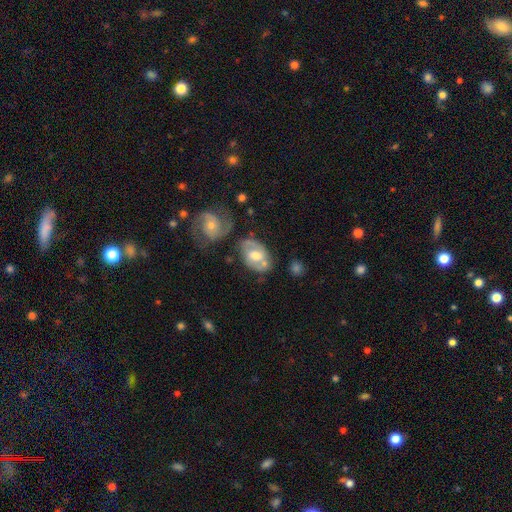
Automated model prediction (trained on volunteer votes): A featured or disk galaxy (60%) with no bar (45%), spiral arms (66%) and a moderate central bulge (68%).

Vote fractions:
- Smooth or featured? featured or disk: 60% / smooth: 34% / star or artifact: 6%
- Edge-on disk? no: 94% / yes: 6%
- Bar? no: 45% / weak: 40% / strong: 15%
- Spiral arms? yes: 66% / no: 34%
- Bulge size? moderate: 68% / small: 15% / large: 14% / none: 2% / dominant: 1%
- Merging? none: 56% / minor disturbance: 20% / merger: 16% / major disturbance: 8%